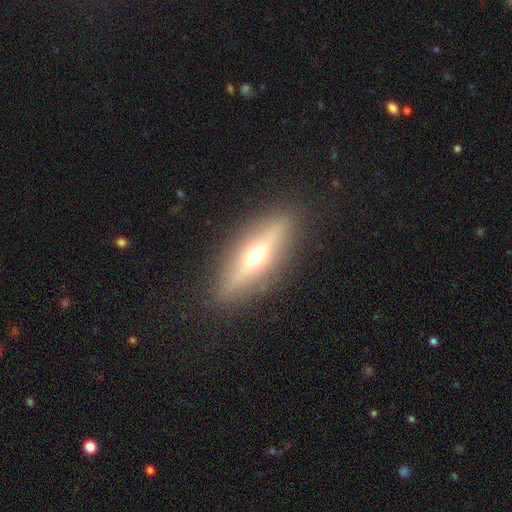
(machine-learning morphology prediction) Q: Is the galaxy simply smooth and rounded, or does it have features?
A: featured or disk — 60%.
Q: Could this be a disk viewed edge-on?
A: yes — 87%.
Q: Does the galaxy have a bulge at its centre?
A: rounded — 95%.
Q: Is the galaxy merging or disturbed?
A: none — 88%.